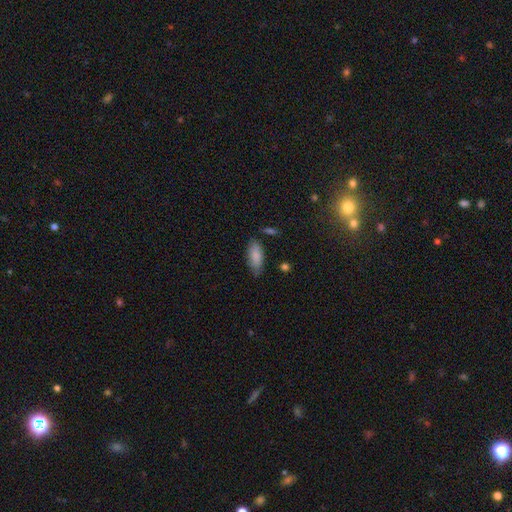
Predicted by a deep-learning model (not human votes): smooth 86%, featured or disk 8%, star or artifact 6%. Down the decision tree: how rounded — in between (84%); merging — none (73%).